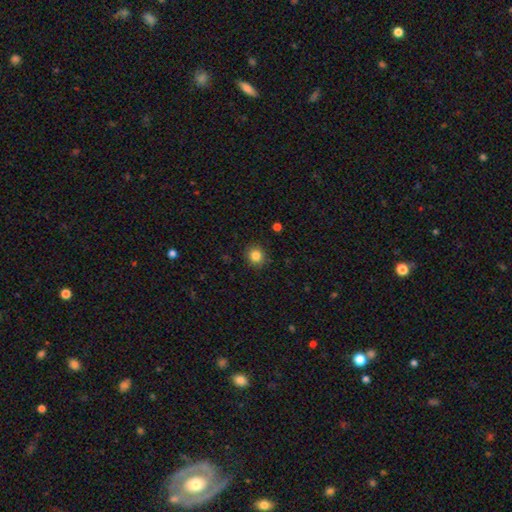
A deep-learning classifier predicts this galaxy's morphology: A smooth galaxy with no disk features (84%) that is round (86%).

Vote fractions:
- Smooth or featured? smooth: 84% / star or artifact: 11% / featured or disk: 5%
- How rounded? round: 86% / in between: 13% / cigar-shaped: 1%
- Merging? none: 90% / minor disturbance: 7% / major disturbance: 2% / merger: 1%